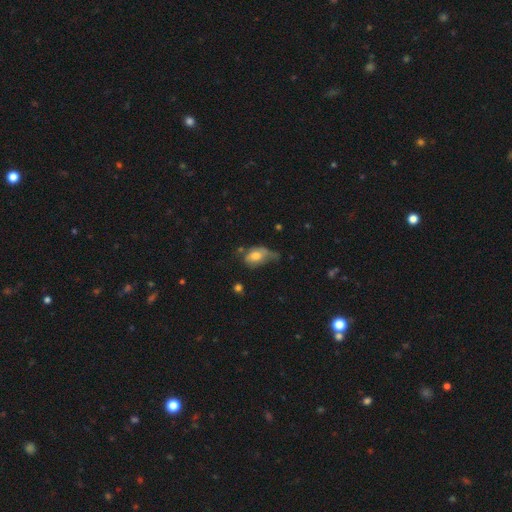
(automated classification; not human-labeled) Smooth or featured: smooth — 68% (featured or disk — 23%)
How rounded: in between — 82% (round — 15%)
Merging: minor disturbance — 36% (major disturbance — 33%)